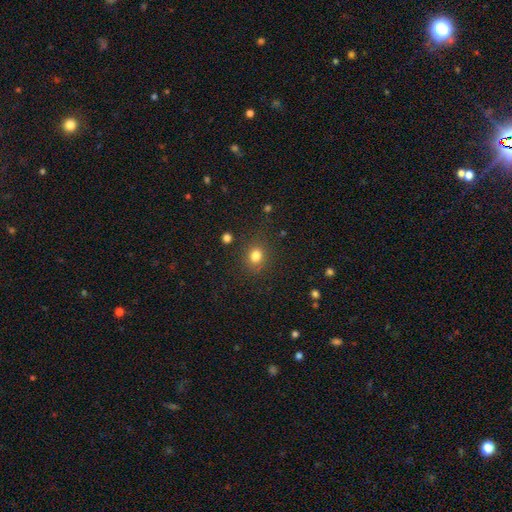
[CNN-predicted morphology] Smooth or featured? smooth (80%)
How rounded? round (61%)
Merging? none (81%)